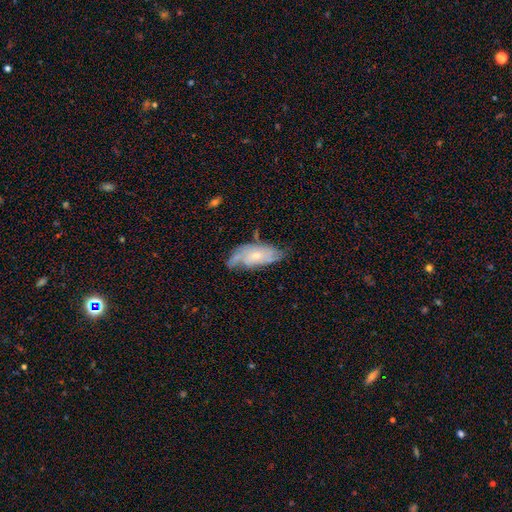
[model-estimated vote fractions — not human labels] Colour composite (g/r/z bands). It shows a featured or disk galaxy (66%) with no bar (73%), spiral arms (83%) and a small central bulge (63%). Merging: none (52%).